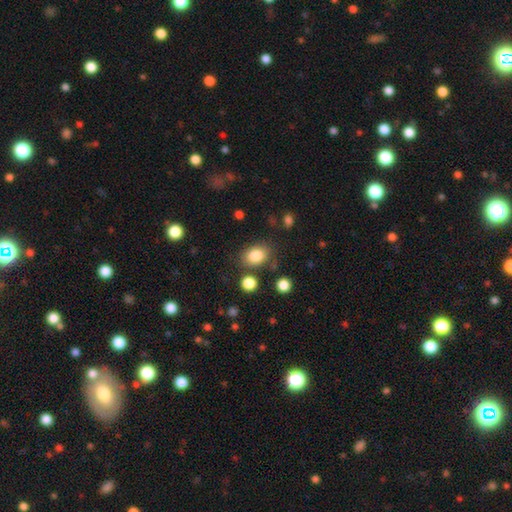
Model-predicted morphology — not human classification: type=smooth (84%); roundness=in between (64%); merging=none (75%).